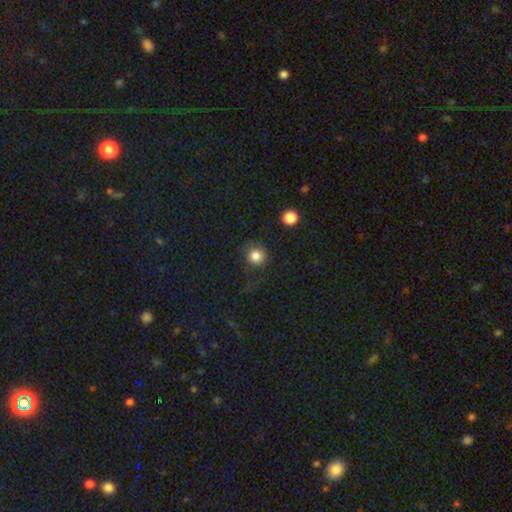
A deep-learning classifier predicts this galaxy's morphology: Overall: smooth (83%). How rounded: round (90%). Merging: none (75%).